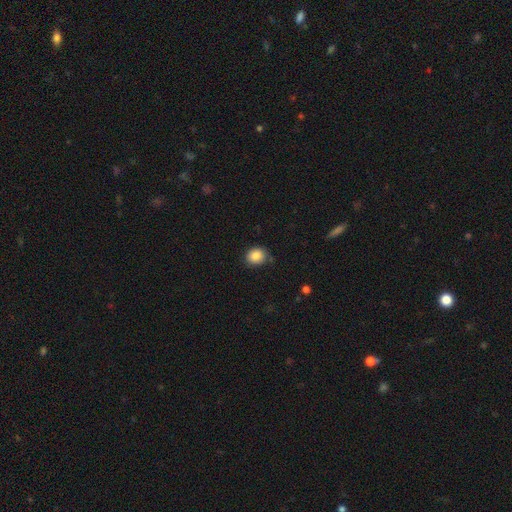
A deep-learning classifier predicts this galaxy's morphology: smooth 87%, star or artifact 9%, featured or disk 4%. Down the decision tree: how rounded — round (62%); merging — none (77%).